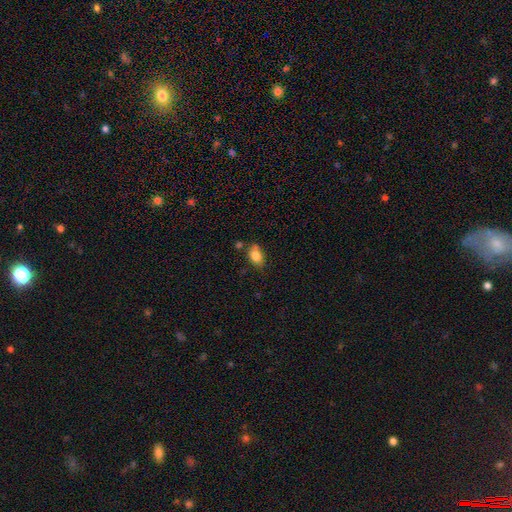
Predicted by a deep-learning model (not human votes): smooth 84%, star or artifact 9%, featured or disk 7%. Down the decision tree: how rounded — in between (85%); merging — none (65%).